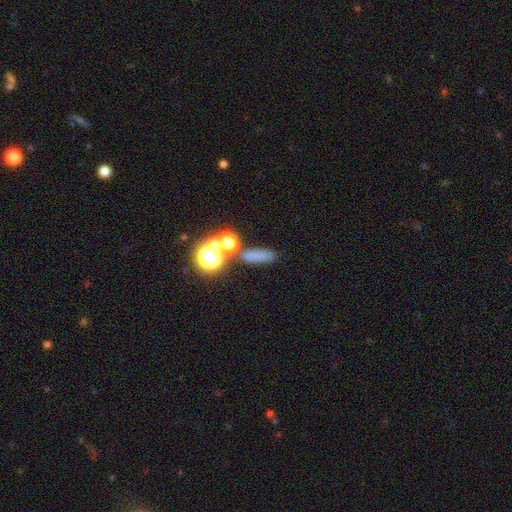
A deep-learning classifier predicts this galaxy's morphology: smooth 64%, star or artifact 25%, featured or disk 11%. Down the decision tree: how rounded — in between (36%, tied with cigar-shaped); merging — none (70%).